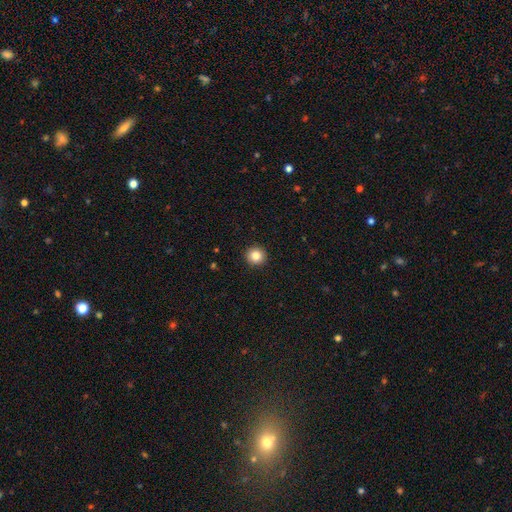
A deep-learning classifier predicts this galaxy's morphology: Smooth or featured? Predicted: smooth (p=0.84). How rounded? Predicted: round (p=0.95). Merging? Predicted: none (p=0.93).